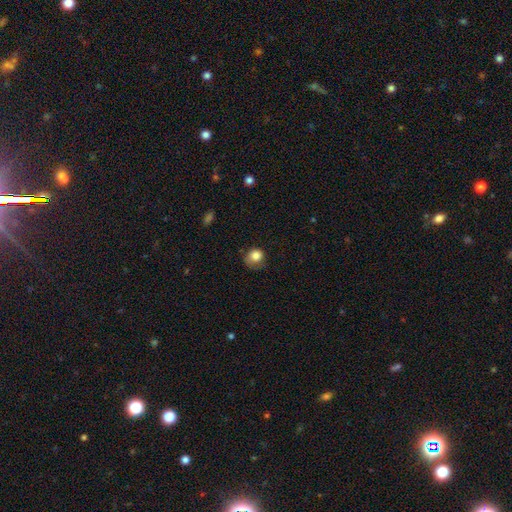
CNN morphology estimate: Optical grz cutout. It shows a smooth galaxy with no disk features (80%) that is round (75%). Merging: none (48%).